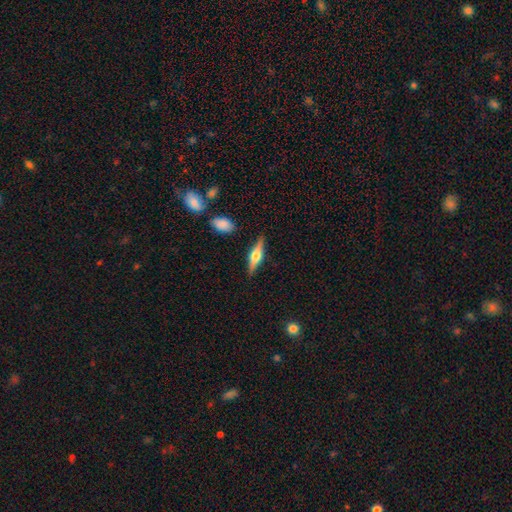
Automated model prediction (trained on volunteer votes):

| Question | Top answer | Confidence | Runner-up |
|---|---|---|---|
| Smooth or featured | featured or disk | 62% | smooth (31%) |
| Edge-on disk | yes | 96% | no (4%) |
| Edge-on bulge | rounded | 88% | boxy (10%) |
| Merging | none | 86% | minor disturbance (9%) |